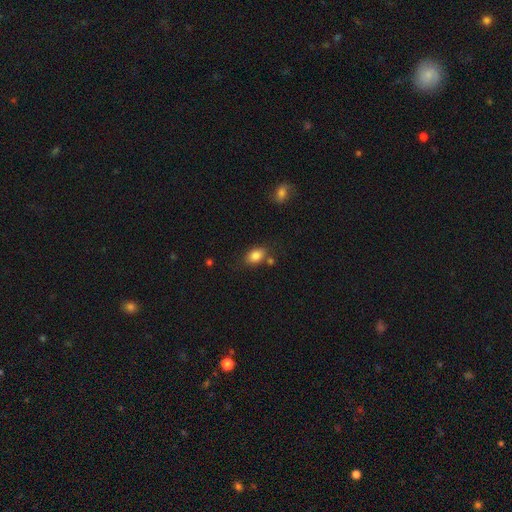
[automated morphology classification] Smooth or featured? Predicted: smooth (p=0.84). How rounded? Predicted: in between (p=0.83). Merging? Predicted: none (p=0.73).